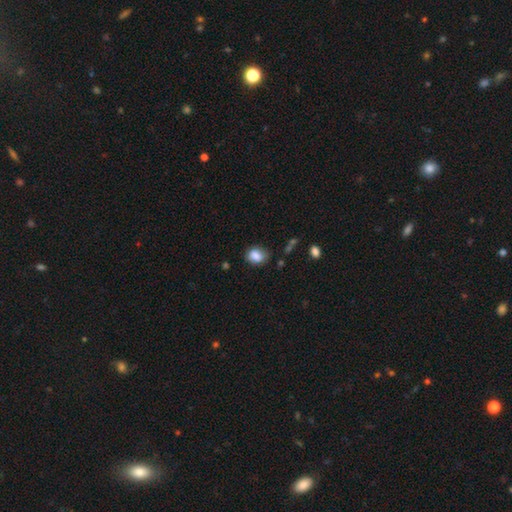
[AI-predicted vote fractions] The model was most divided on "how rounded": in between: 59%, round: 40%, cigar-shaped: 1%. More confident: smooth or featured — smooth (85%); merging — none (66%).